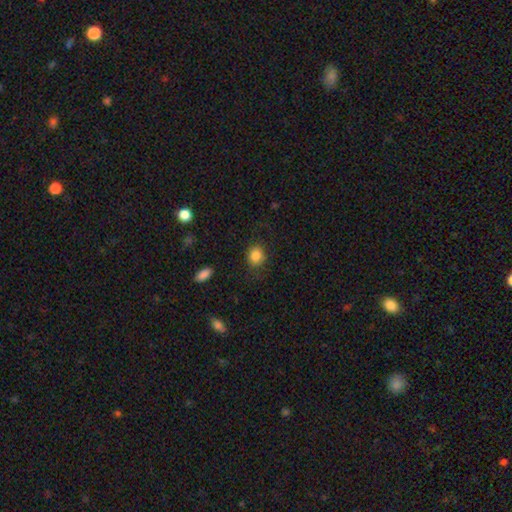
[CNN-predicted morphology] The model was most divided on "how rounded": round: 68%, in between: 31%, cigar-shaped: 1%. More confident: smooth or featured — smooth (85%); merging — none (81%).